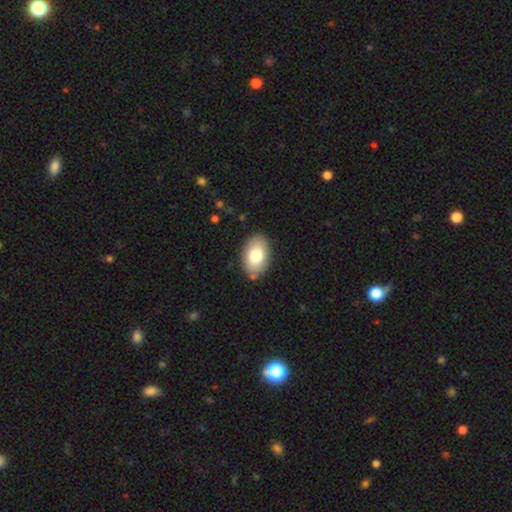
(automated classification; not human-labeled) This appears to be a smooth galaxy with no disk features (78%) that is in between round and cigar-shaped (90%). Merging: none (85%).